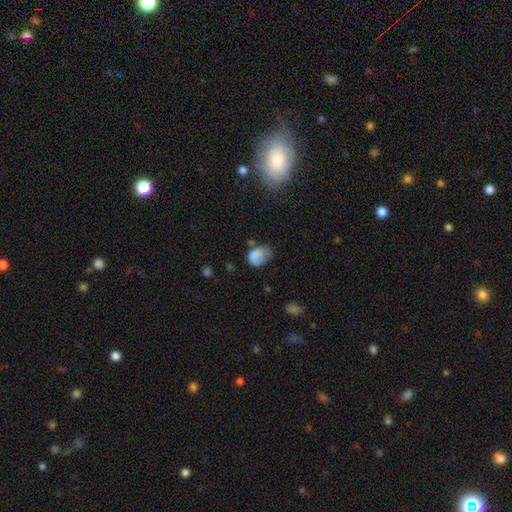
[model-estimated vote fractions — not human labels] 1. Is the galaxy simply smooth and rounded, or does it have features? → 76% smooth, 14% featured or disk, 10% star or artifact.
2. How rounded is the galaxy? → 73% in between, 26% round, 1% cigar-shaped.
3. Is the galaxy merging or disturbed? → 36% none (tied), 36% minor disturbance (tied), 23% major disturbance, 5% merger.